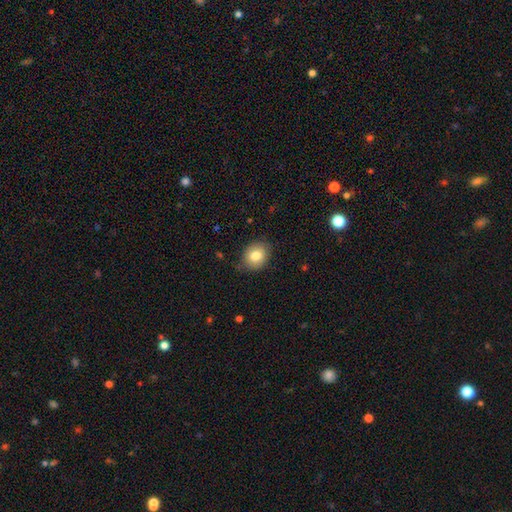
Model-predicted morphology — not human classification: This appears to be a smooth galaxy with no disk features (81%) that is round (56%). Merging: none (84%).